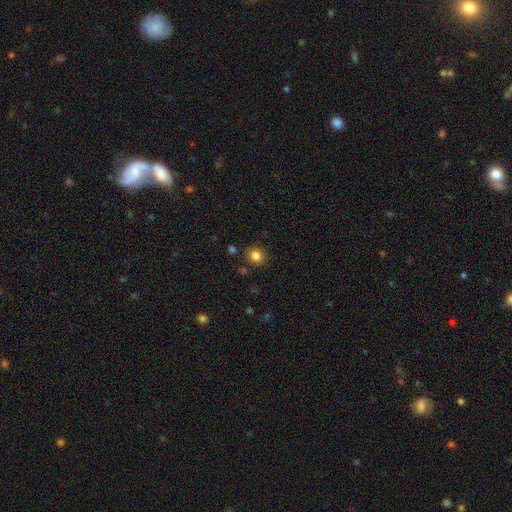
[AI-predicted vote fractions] Overall: smooth (83%). How rounded: round (77%). Merging: none (85%).